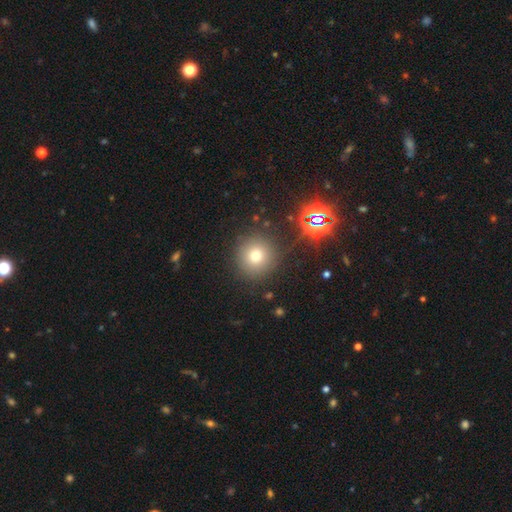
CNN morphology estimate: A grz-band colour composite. It shows a smooth galaxy with no disk features (71%) that is round (93%). Merging: none (88%).